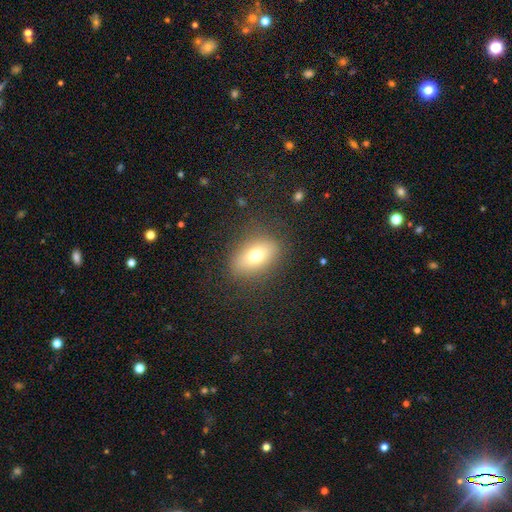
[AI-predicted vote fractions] smooth 71%, featured or disk 18%, star or artifact 12%. Down the decision tree: how rounded — in between (78%); merging — none (80%).